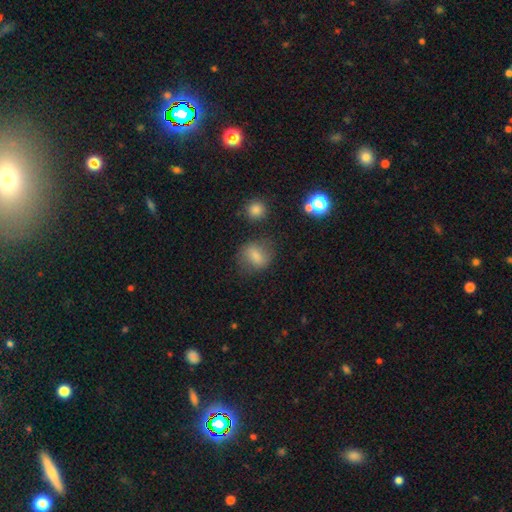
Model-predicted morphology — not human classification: Q: Smooth or featured?
A: smooth (71%); runner-up: featured or disk (18%)
Q: How rounded?
A: in between (50%); runner-up: round (47%)
Q: Merging?
A: none (65%); runner-up: minor disturbance (20%)